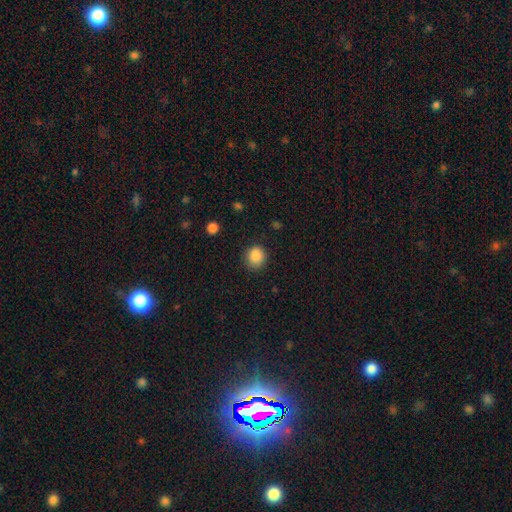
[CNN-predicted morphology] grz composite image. It shows a smooth galaxy with no disk features (87%) that is round (80%). Merging: none (81%).